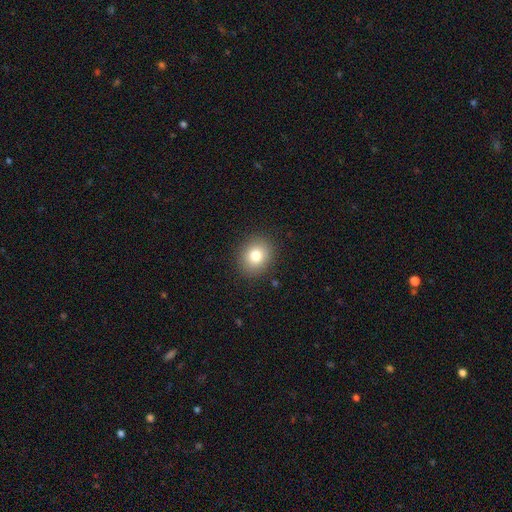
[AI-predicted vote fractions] A smooth galaxy with no disk features (80%) that is round (72%).

Vote fractions:
- Smooth or featured? smooth: 80% / star or artifact: 11% / featured or disk: 9%
- How rounded? round: 72% / in between: 27% / cigar-shaped: 1%
- Merging? none: 89% / minor disturbance: 7% / major disturbance: 3% / merger: 1%